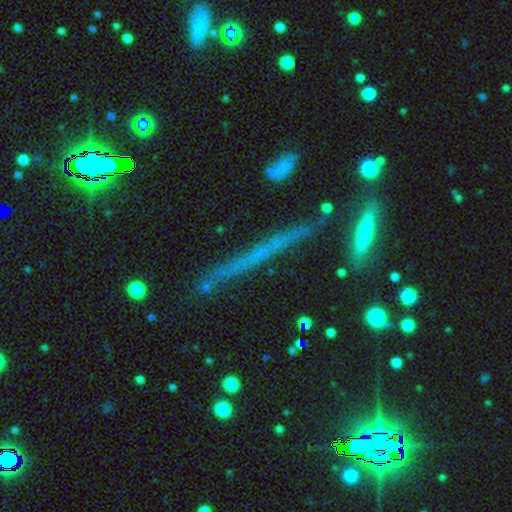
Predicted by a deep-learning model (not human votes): Smooth or featured: featured or disk — 38% (star or artifact — 35%)
Merging: none — 81% (minor disturbance — 12%)